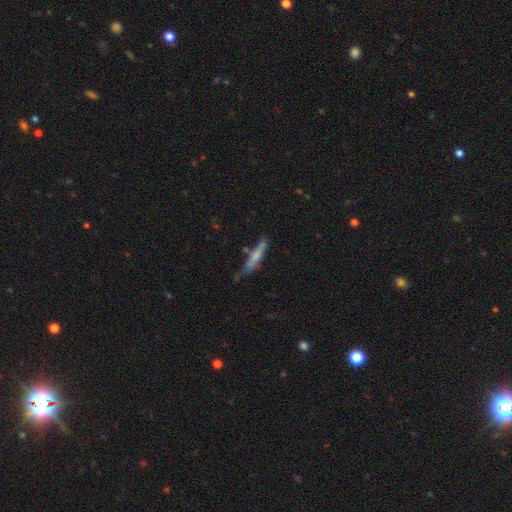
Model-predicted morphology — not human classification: This appears to be a smooth galaxy with no disk features (58%) that is cigar-shaped (88%). Merging: none (57%).